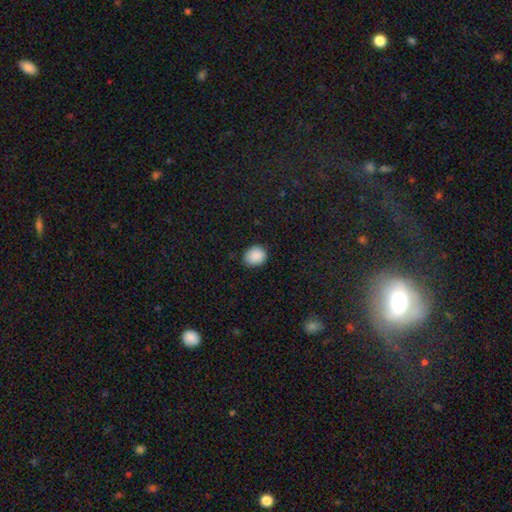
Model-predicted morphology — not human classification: smooth 89%, star or artifact 8%, featured or disk 3%. Down the decision tree: how rounded — round (62%); merging — none (81%).